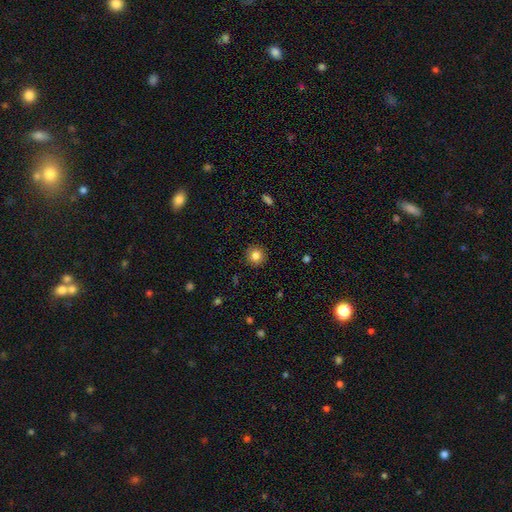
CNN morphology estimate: This appears to be a smooth galaxy with no disk features (82%) that is round (94%). Merging: none (92%).